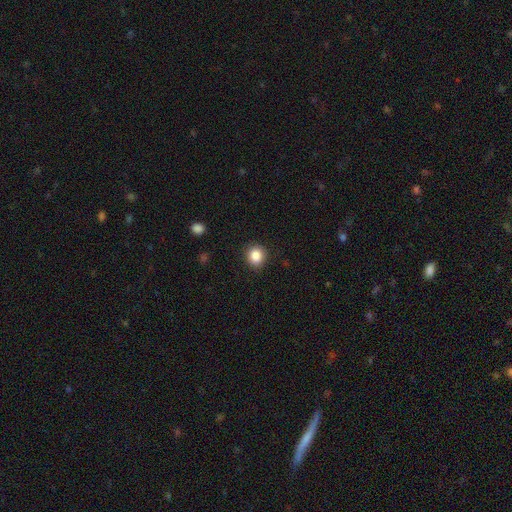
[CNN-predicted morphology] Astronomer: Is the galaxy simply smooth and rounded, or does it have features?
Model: smooth — 86%.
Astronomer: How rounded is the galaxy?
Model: round — 85%.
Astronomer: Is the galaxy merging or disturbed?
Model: none — 90%.